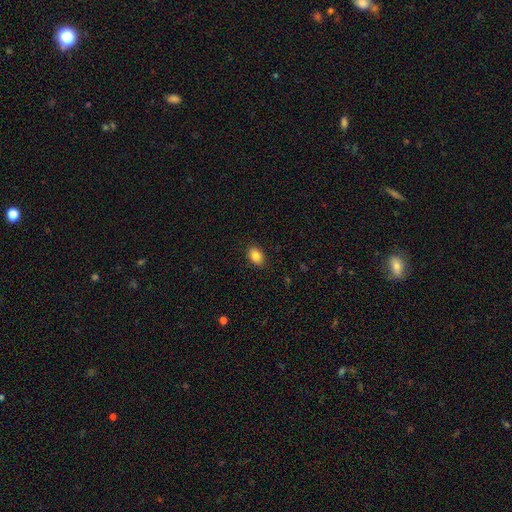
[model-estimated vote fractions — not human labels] smooth_or_featured: smooth (p=0.85) [alt: star or artifact p=0.09]
how_rounded: in between (p=0.79) [alt: round p=0.20]
merging: none (p=0.88) [alt: minor disturbance p=0.09]